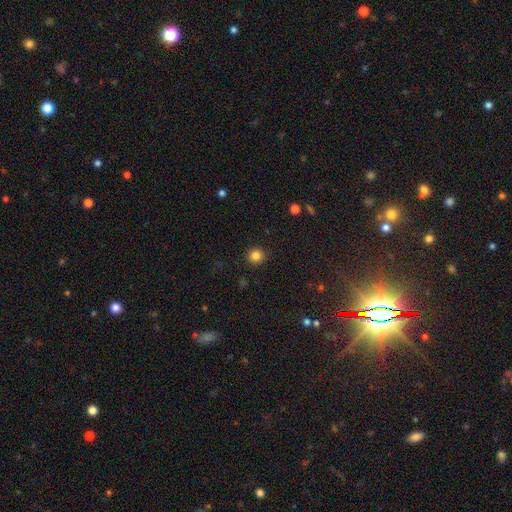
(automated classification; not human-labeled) Overall: smooth (84%). How rounded: round (93%). Merging: none (92%).